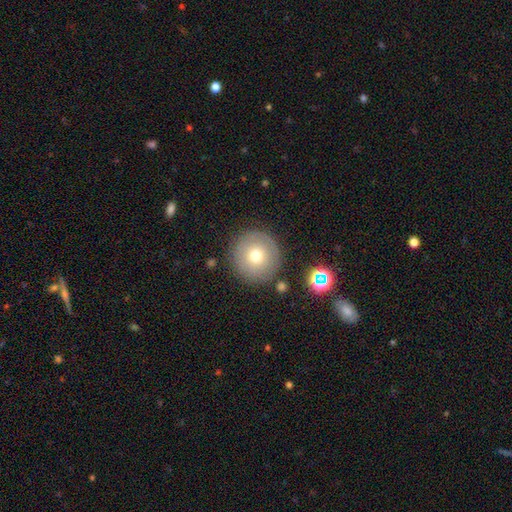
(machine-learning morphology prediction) Smooth or featured: smooth — 70% (featured or disk — 20%)
How rounded: round — 96% (in between — 3%)
Merging: none — 86% (minor disturbance — 8%)